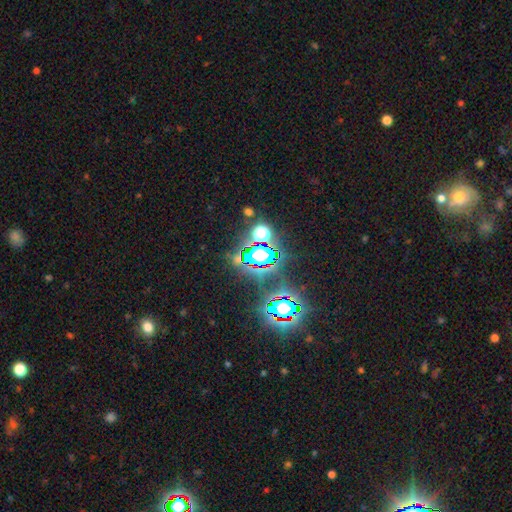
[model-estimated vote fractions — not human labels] A star or artifact, not a galaxy (78%).

Vote fractions:
- Smooth or featured? star or artifact: 78% / smooth: 14% / featured or disk: 8%